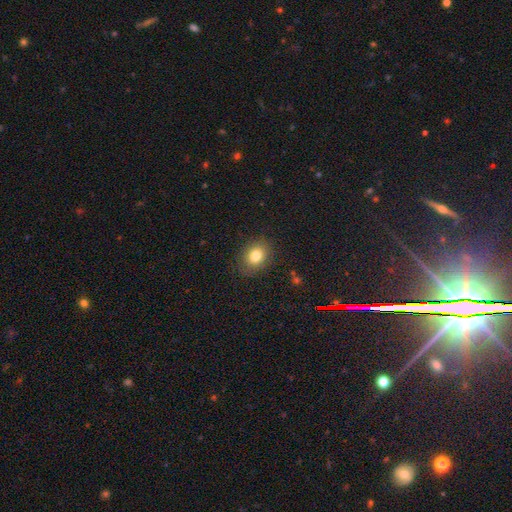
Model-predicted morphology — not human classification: This appears to be a smooth galaxy with no disk features (80%) that is in between round and cigar-shaped (54%). Merging: none (85%).